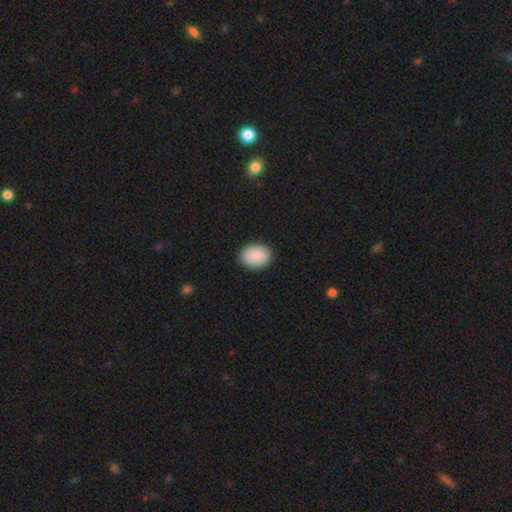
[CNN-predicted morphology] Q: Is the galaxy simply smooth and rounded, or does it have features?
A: smooth — 90%.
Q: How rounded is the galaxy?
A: in between — 59%.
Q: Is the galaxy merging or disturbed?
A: none — 89%.